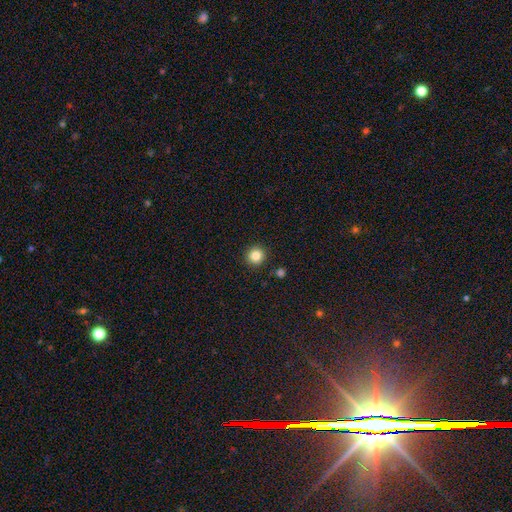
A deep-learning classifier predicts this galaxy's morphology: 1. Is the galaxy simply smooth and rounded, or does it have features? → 84% smooth, 11% star or artifact, 5% featured or disk.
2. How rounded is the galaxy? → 93% round, 6% in between, 1% cigar-shaped.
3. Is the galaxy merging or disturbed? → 91% none, 5% minor disturbance, 2% merger, 2% major disturbance.